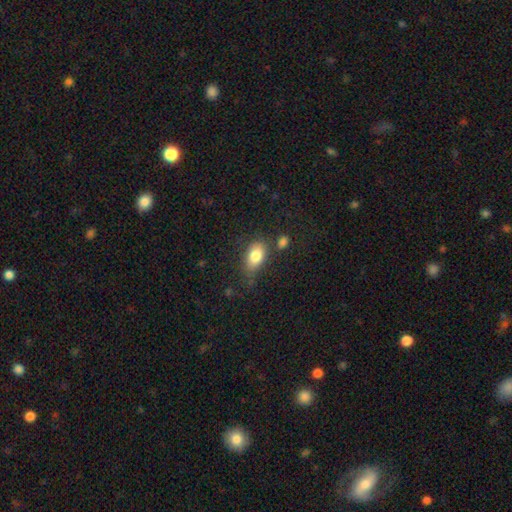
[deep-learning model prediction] smooth-or-featured: smooth: 82% | featured or disk: 10% | star or artifact: 8%
  how-rounded: in between: 86% | round: 11% | cigar-shaped: 3%
  merging: none: 65% | minor disturbance: 20% | merger: 9% | major disturbance: 6%